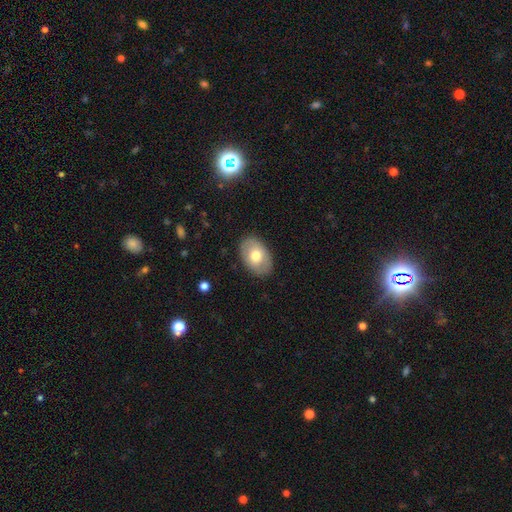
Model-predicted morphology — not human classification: smooth 67%, featured or disk 27%, star or artifact 6%. Down the decision tree: how rounded — in between (86%); merging — none (86%).